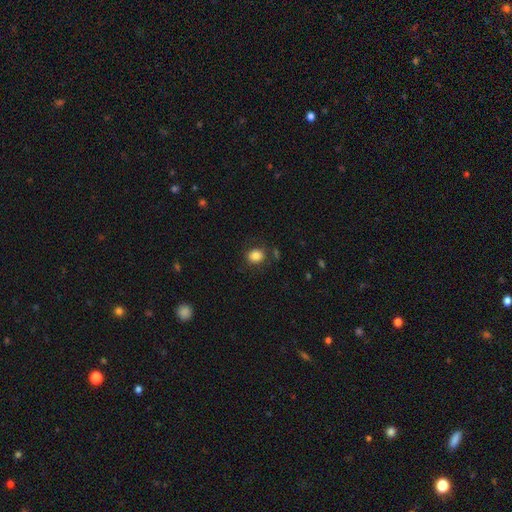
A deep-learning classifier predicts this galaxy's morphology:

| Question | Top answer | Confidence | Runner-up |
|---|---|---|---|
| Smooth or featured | smooth | 84% | star or artifact (10%) |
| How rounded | round | 64% | in between (35%) |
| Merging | none | 80% | minor disturbance (12%) |